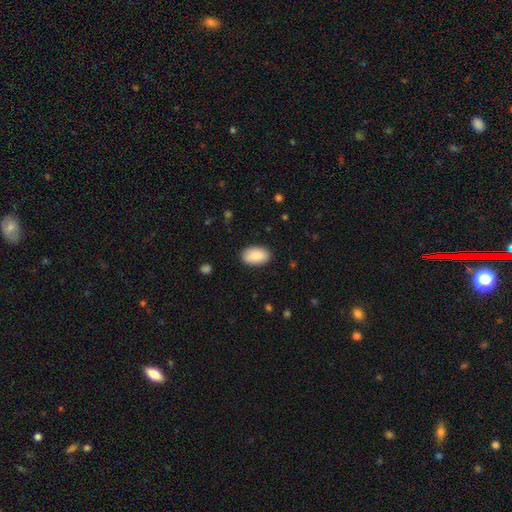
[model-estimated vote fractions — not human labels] Smooth or featured? Predicted: smooth (p=0.90). How rounded? Predicted: in between (p=0.94). Merging? Predicted: none (p=0.87).